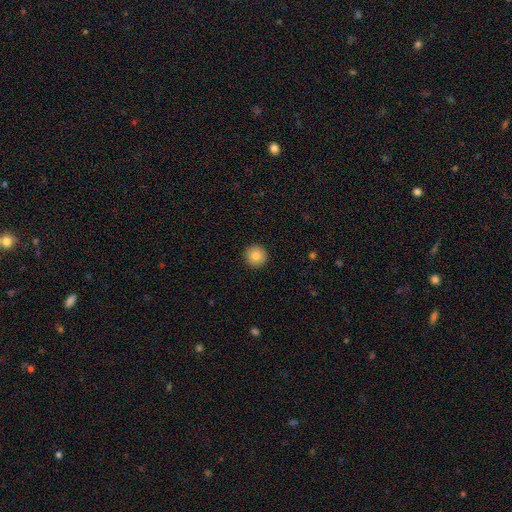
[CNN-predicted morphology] smooth-or-featured: smooth: 84% | star or artifact: 8% | featured or disk: 7%
  how-rounded: round: 95% | in between: 4% | cigar-shaped: 1%
  merging: none: 93% | minor disturbance: 4% | major disturbance: 1% | merger: 1%